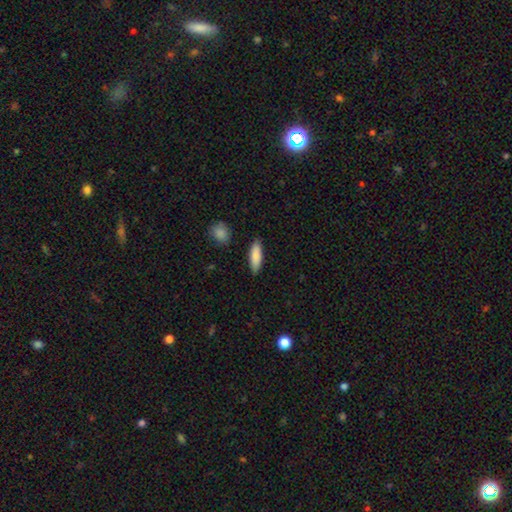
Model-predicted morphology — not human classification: Overall: smooth (86%). How rounded: in between (52%; cigar-shaped 46%). Merging: none (88%).